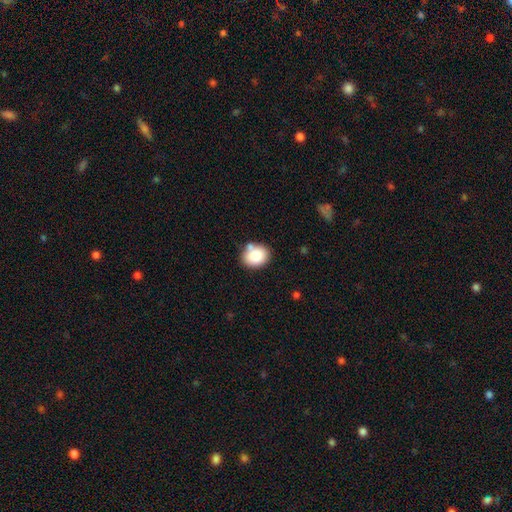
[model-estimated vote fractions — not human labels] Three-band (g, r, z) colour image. It shows a smooth galaxy with no disk features (85%) that is in between round and cigar-shaped (50%). Merging: none (69%).